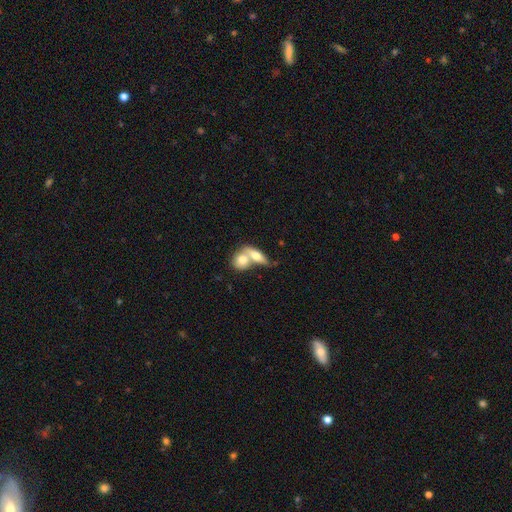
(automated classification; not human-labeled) This is likely a smooth galaxy (64%). How rounded: likely in between (66%). Merging: likely merger (68%).